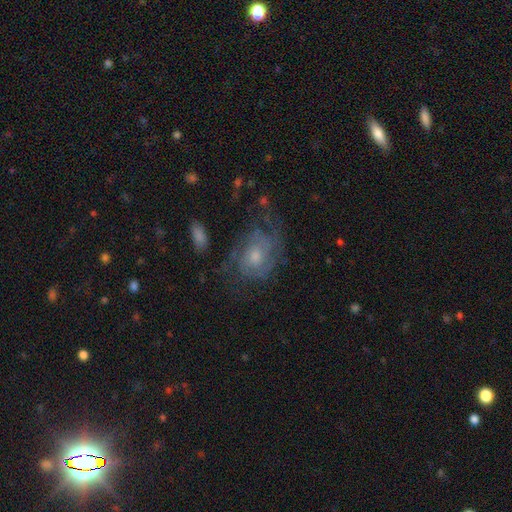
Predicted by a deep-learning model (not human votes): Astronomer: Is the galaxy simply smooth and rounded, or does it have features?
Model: featured or disk — 67%.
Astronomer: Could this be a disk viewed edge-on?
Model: no — 97%.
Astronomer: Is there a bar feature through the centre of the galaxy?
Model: no — 77%.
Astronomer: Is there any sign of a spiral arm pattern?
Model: yes — 81%.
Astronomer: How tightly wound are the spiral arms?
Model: tight — 44% (runner-up: medium, 39%).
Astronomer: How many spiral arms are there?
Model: can't tell — 43% (runner-up: 2, 29%).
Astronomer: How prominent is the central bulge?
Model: moderate — 45% (runner-up: small, 44%).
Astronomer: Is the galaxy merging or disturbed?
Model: none — 53%.